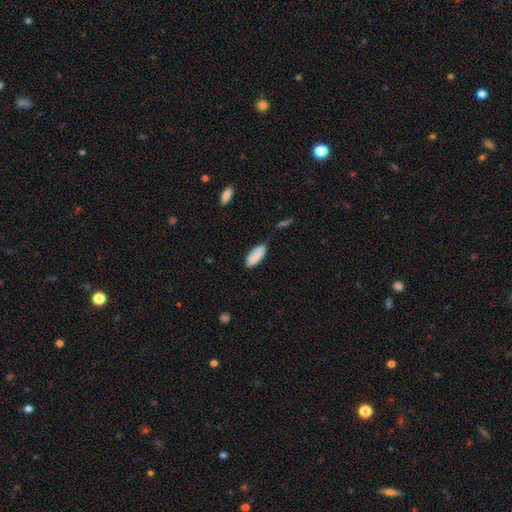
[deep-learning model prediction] Smooth or featured?
  - smooth: 89% *
  - star or artifact: 6%
  - featured or disk: 5%
How rounded?
  - in between: 82% *
  - cigar-shaped: 17%
  - round: 2%
Merging?
  - none: 76% *
  - minor disturbance: 18%
  - major disturbance: 3%
  - merger: 3%